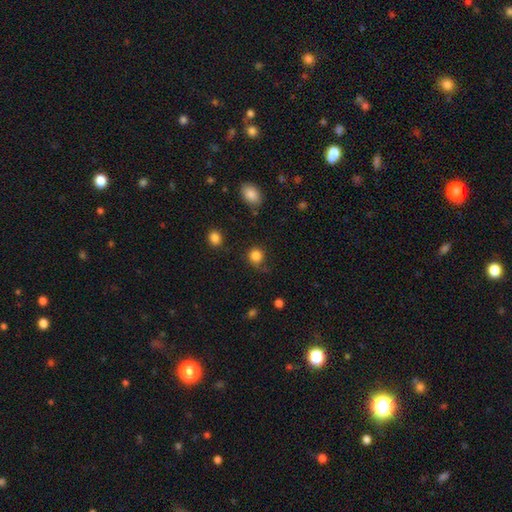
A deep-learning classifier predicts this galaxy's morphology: smooth 85%, star or artifact 10%, featured or disk 6%. Down the decision tree: how rounded — round (87%); merging — none (62%).